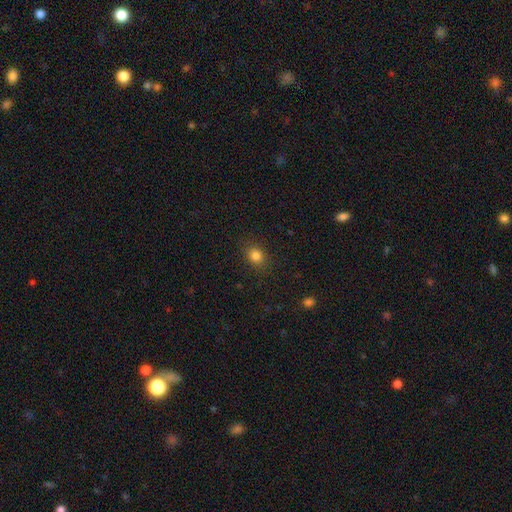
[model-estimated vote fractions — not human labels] A smooth galaxy with no disk features (82%) that is round (58%).

Vote fractions:
- Smooth or featured? smooth: 82% / star or artifact: 13% / featured or disk: 5%
- How rounded? round: 58% / in between: 41% / cigar-shaped: 1%
- Merging? none: 87% / minor disturbance: 9% / major disturbance: 3% / merger: 1%